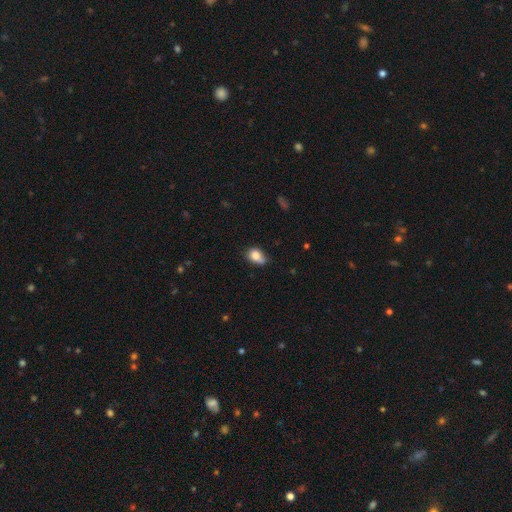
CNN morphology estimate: A smooth galaxy with no disk features (81%) that is in between round and cigar-shaped (73%).

Vote fractions:
- Smooth or featured? smooth: 81% / featured or disk: 10% / star or artifact: 9%
- How rounded? in between: 73% / round: 25% / cigar-shaped: 2%
- Merging? none: 48% / minor disturbance: 38% / major disturbance: 9% / merger: 6%